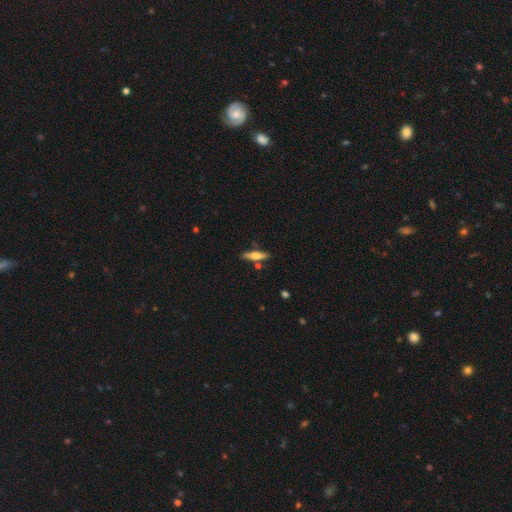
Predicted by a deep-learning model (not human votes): This appears to be a smooth galaxy with no disk features (50%). Merging: none (81%).